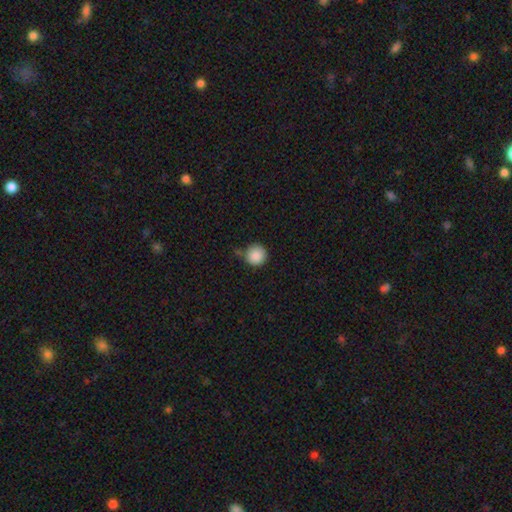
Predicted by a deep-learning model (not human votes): smooth_or_featured: smooth (p=0.88) [alt: star or artifact p=0.09]
how_rounded: round (p=0.95) [alt: in between p=0.04]
merging: none (p=0.71) [alt: minor disturbance p=0.18]